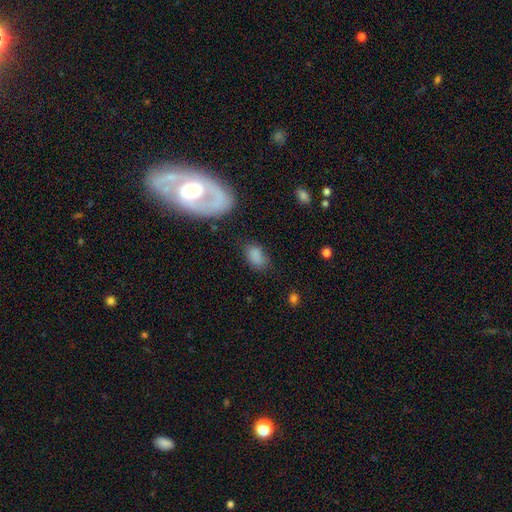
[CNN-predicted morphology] smooth 83%, star or artifact 10%, featured or disk 7%. Down the decision tree: how rounded — in between (90%); merging — none (69%).